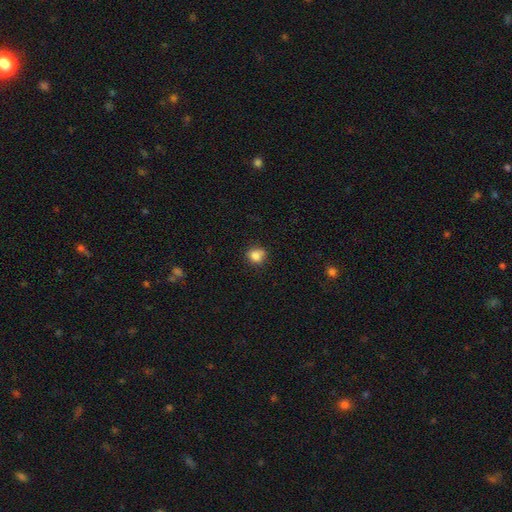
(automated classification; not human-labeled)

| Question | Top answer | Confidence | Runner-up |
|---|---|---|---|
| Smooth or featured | smooth | 83% | star or artifact (11%) |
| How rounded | round | 75% | in between (24%) |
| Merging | none | 72% | minor disturbance (20%) |